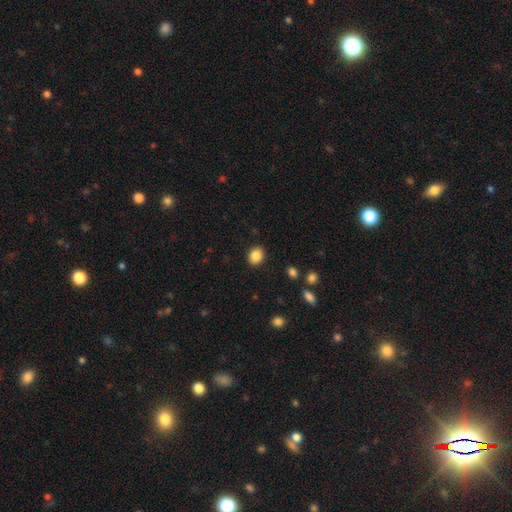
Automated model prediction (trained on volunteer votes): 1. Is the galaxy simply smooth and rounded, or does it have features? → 86% smooth, 9% star or artifact, 5% featured or disk.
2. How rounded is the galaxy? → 55% round, 44% in between, 1% cigar-shaped.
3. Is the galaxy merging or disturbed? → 90% none, 7% minor disturbance, 2% major disturbance, 1% merger.